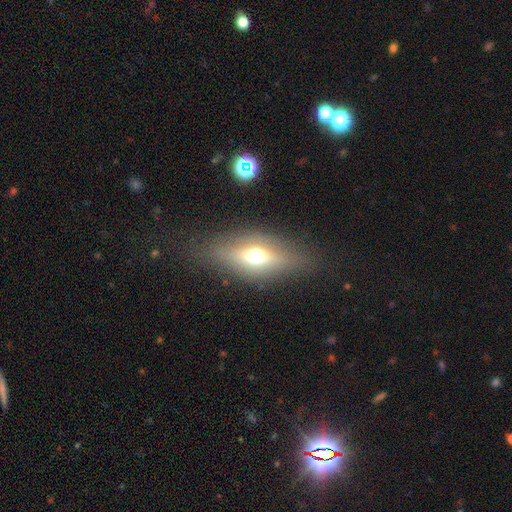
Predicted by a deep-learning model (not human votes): This appears to be a smooth galaxy with no disk features (51%) that is in between round and cigar-shaped (71%). Merging: none (78%).